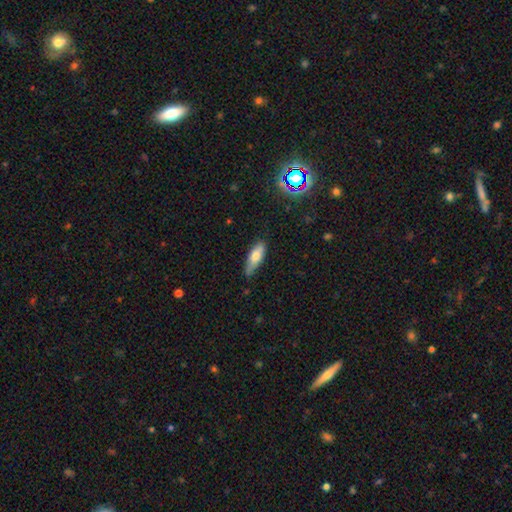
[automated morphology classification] A smooth galaxy with no disk features (69%) that is in between round and cigar-shaped (57%).

Vote fractions:
- Smooth or featured? smooth: 69% / featured or disk: 24% / star or artifact: 7%
- How rounded? in between: 57% / cigar-shaped: 41% / round: 2%
- Merging? none: 66% / minor disturbance: 27% / major disturbance: 4% / merger: 2%